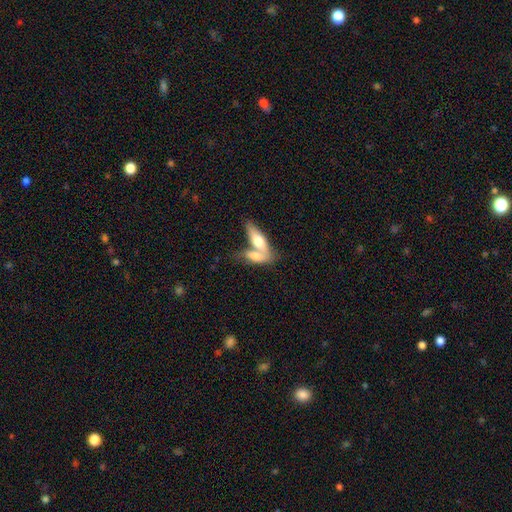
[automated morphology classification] Smooth or featured? Predicted: smooth (p=0.64). How rounded? Predicted: in between (p=0.70). Merging? Predicted: merger (p=0.68).